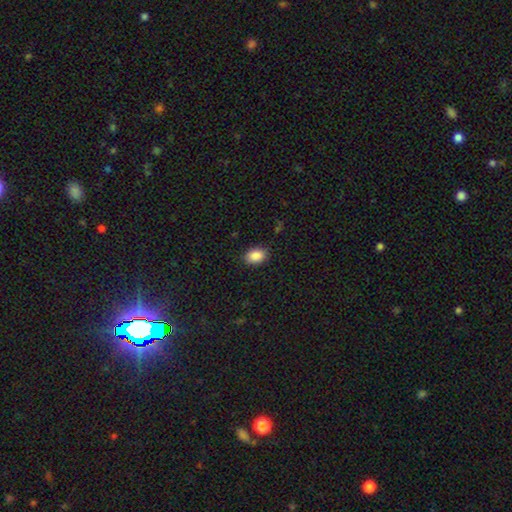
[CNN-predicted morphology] A smooth galaxy with no disk features (89%) that is in between round and cigar-shaped (82%). Merging: none (86%).